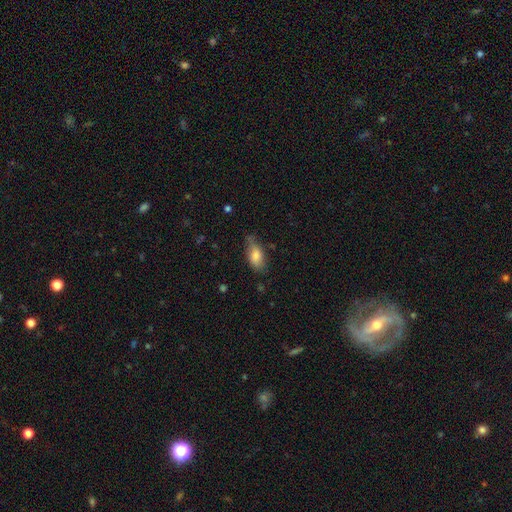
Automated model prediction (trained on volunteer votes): A smooth galaxy with no disk features (79%) that is in between round and cigar-shaped (86%). Merging: none (59%).